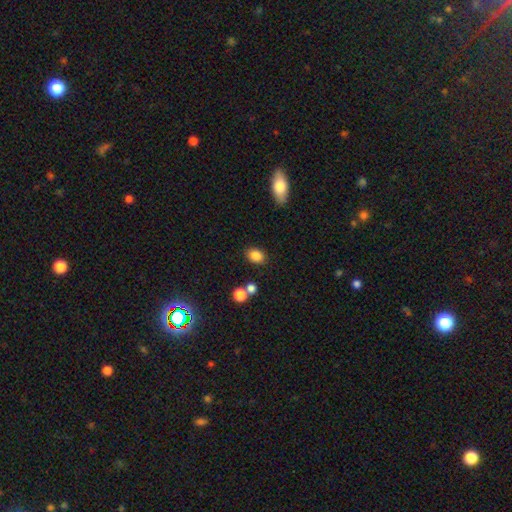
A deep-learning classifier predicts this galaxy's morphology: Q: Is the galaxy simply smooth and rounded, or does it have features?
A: smooth — 85%.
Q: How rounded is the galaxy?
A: in between — 64%.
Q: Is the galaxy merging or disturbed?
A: none — 82%.